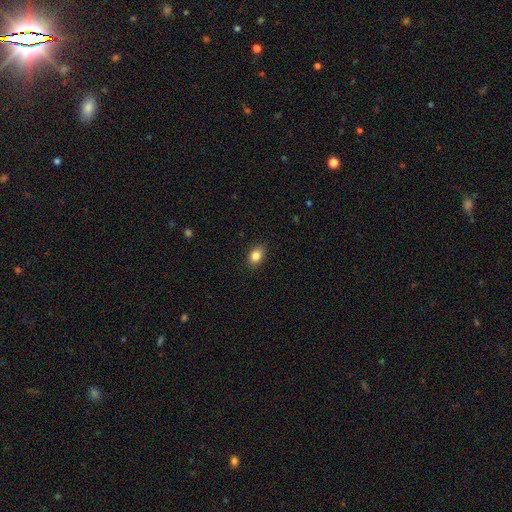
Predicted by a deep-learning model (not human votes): Smooth or featured? smooth (85%)
How rounded? in between (78%)
Merging? none (87%)